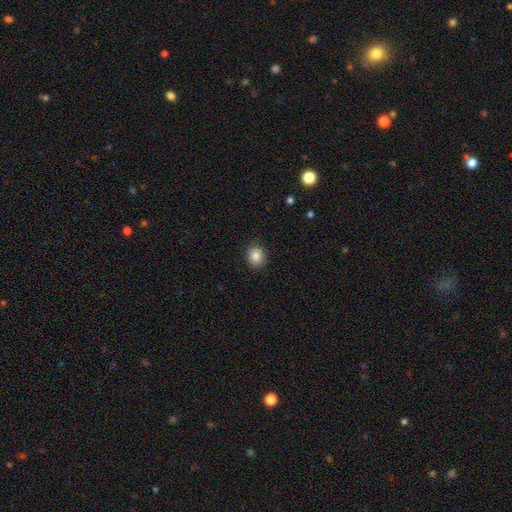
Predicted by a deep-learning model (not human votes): This appears to be a smooth galaxy with no disk features (86%) that is round (73%). Merging: none (90%).